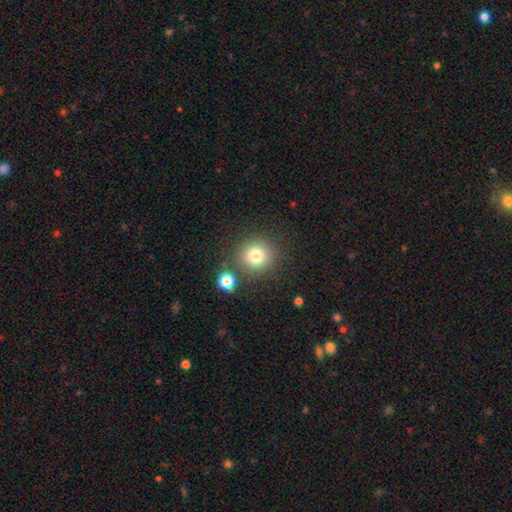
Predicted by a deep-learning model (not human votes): smooth 79%, star or artifact 13%, featured or disk 8%. Down the decision tree: how rounded — round (90%); merging — none (79%).